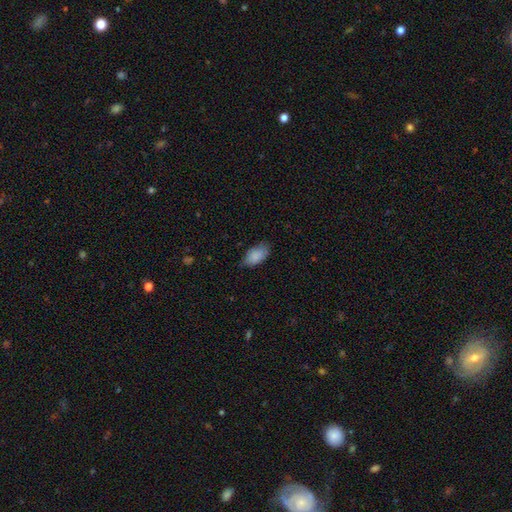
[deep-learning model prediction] Smooth or featured? Predicted: smooth (p=0.88). How rounded? Predicted: in between (p=0.94). Merging? Predicted: none (p=0.69).